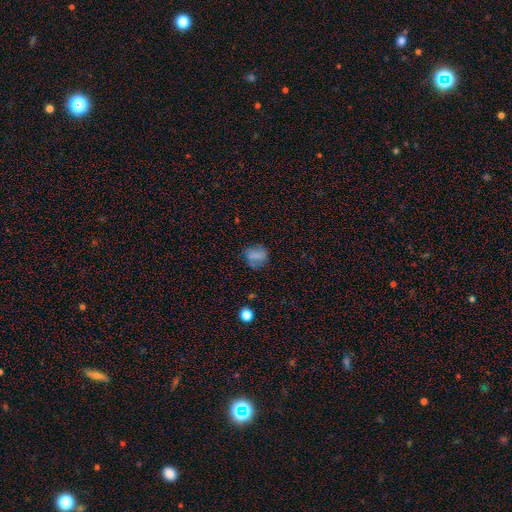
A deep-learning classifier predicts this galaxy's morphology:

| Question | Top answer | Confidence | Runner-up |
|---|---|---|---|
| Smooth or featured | smooth | 70% | featured or disk (17%) |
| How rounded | round | 54% | in between (44%) |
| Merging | none | 61% | minor disturbance (24%) |